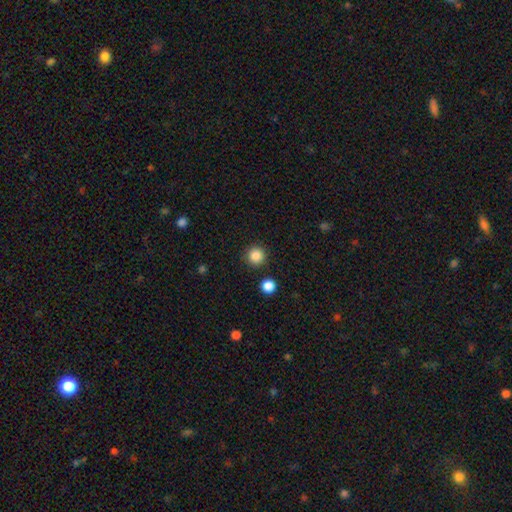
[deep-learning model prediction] This is clearly a smooth galaxy (86%). How rounded: clearly round (95%). Merging: clearly none (90%).